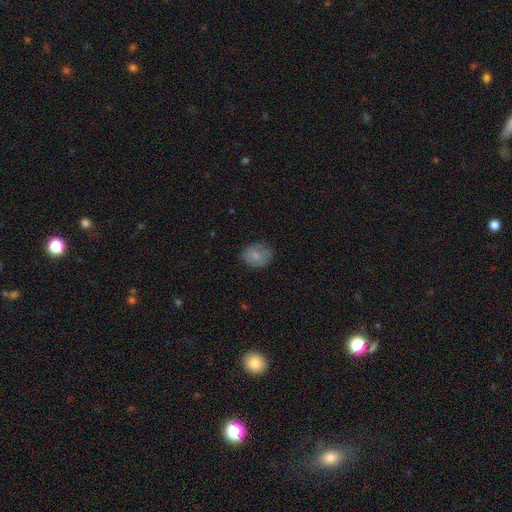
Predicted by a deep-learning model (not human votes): smooth 79%, featured or disk 13%, star or artifact 9%. Down the decision tree: how rounded — round (58%); merging — none (73%).